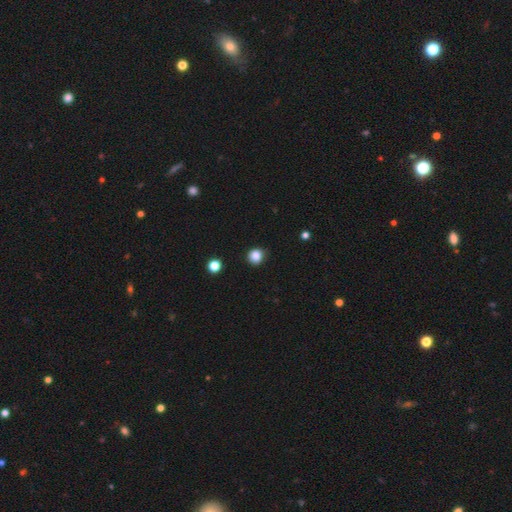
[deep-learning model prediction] Smooth or featured? Predicted: smooth (p=0.85). How rounded? Predicted: round (p=0.88). Merging? Predicted: none (p=0.87).